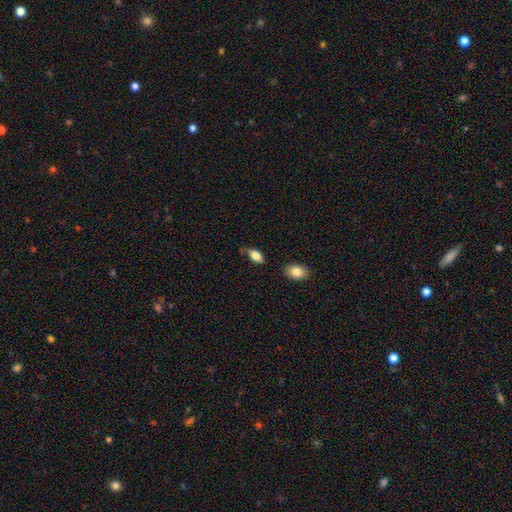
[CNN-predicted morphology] Smooth or featured?
  - smooth: 83% *
  - featured or disk: 9%
  - star or artifact: 7%
How rounded?
  - in between: 92% *
  - round: 5%
  - cigar-shaped: 4%
Merging?
  - none: 63% *
  - minor disturbance: 27%
  - major disturbance: 6%
  - merger: 4%